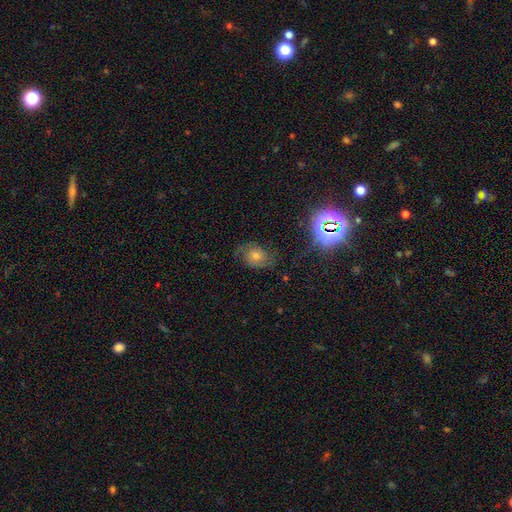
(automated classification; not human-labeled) Smooth or featured?
  - featured or disk: 43% *
  - smooth: 29%
  - star or artifact: 28%
Merging?
  - none: 70% *
  - minor disturbance: 19%
  - major disturbance: 9%
  - merger: 1%